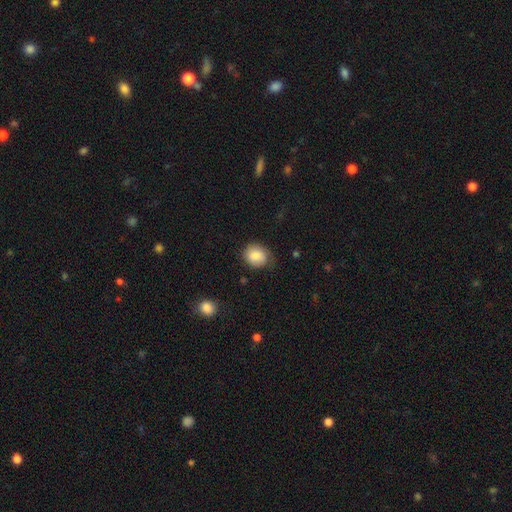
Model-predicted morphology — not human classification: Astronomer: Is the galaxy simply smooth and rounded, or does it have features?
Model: smooth — 84%.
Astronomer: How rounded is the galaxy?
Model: round — 70%.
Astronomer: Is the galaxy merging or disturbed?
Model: none — 75%.